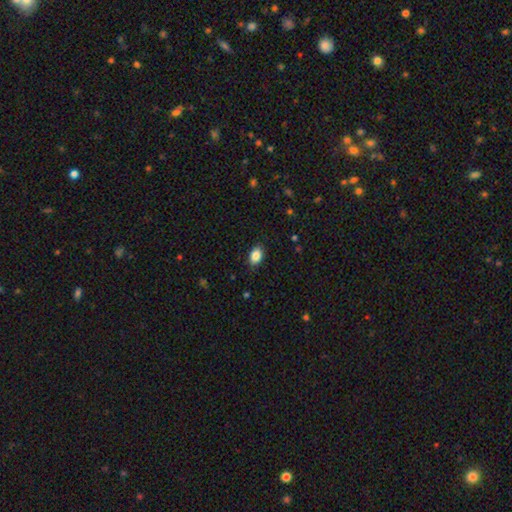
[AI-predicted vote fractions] Overall: smooth (86%). How rounded: in between (86%). Merging: none (87%).